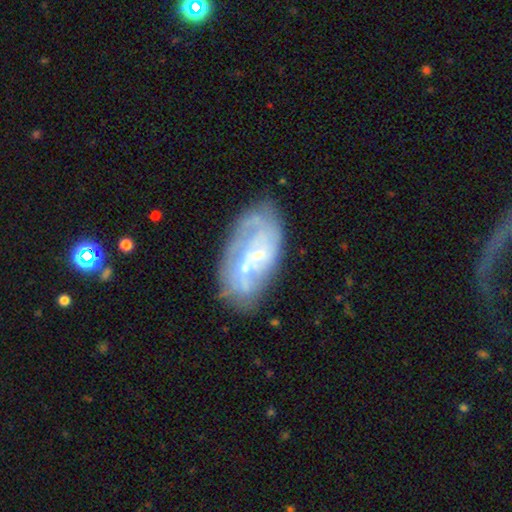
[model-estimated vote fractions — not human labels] A featured or disk galaxy (74%) with no bar (58%), tight (40%) spiral arms (72%) and a small central bulge (77%). Merging: none (55%).